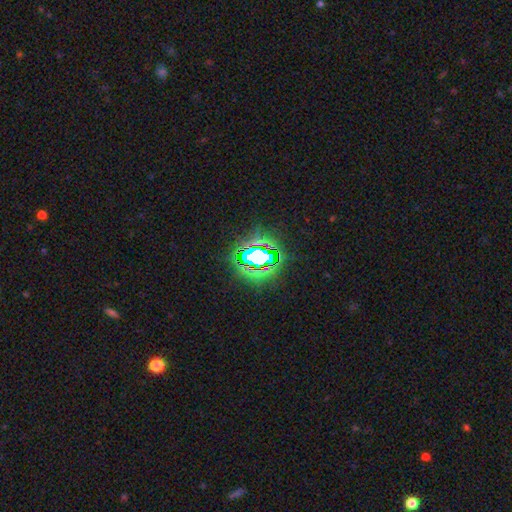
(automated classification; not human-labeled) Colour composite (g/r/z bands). It shows a star or artifact, not a galaxy (69%).